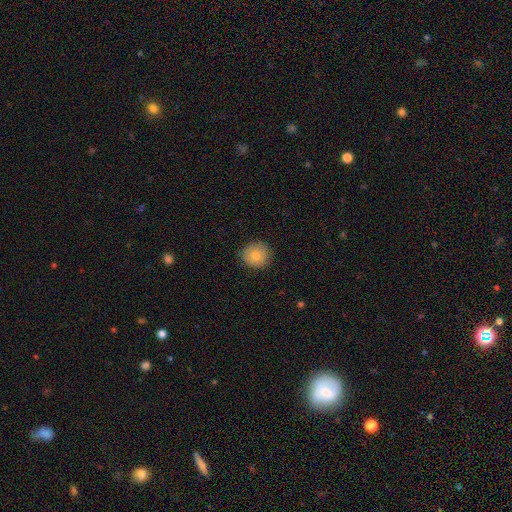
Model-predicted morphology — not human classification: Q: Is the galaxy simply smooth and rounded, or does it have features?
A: smooth — 81%.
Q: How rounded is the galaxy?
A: round — 92%.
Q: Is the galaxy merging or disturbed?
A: none — 88%.